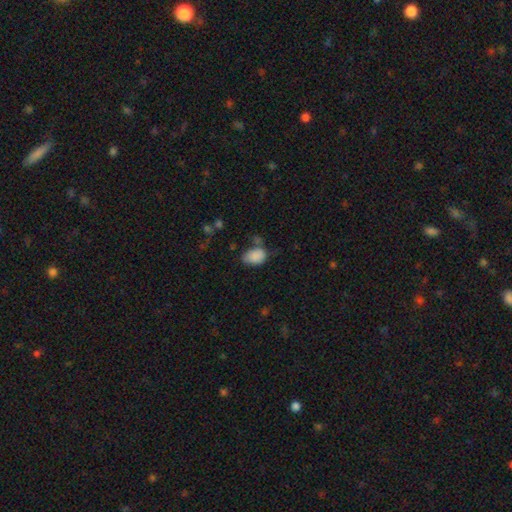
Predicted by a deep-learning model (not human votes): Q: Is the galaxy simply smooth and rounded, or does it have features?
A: smooth — 85%.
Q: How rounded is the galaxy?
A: in between — 81%.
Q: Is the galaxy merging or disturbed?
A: none — 47%.